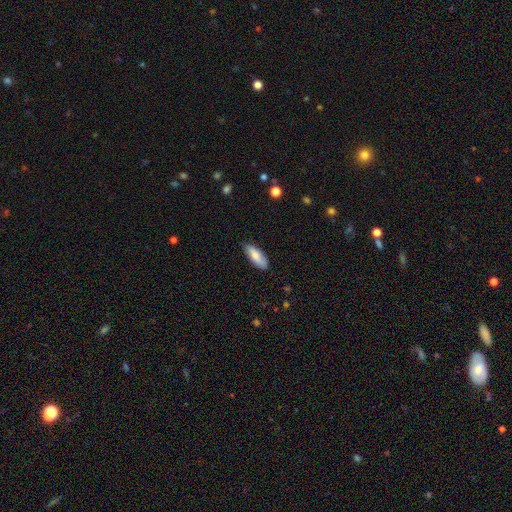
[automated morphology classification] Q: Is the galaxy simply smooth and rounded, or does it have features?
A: smooth — 79%.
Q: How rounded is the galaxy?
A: in between — 70%.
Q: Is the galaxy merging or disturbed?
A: none — 83%.